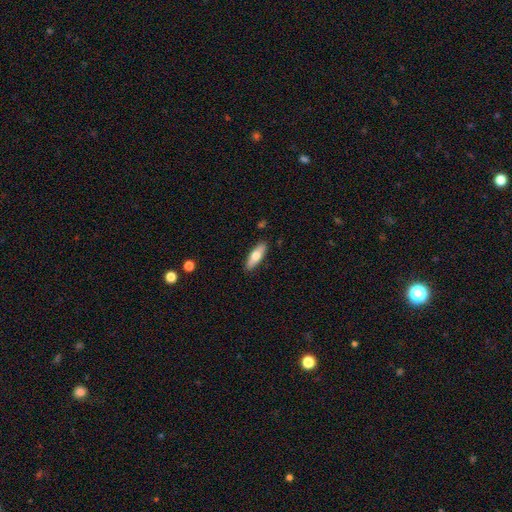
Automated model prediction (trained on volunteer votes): Smooth or featured: smooth — 67% (featured or disk — 27%)
How rounded: in between — 59% (cigar-shaped — 39%)
Merging: none — 88% (minor disturbance — 9%)